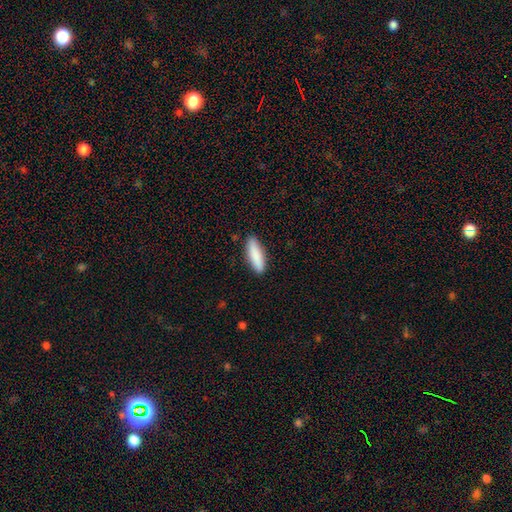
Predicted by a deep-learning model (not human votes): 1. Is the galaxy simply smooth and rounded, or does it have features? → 87% smooth, 7% featured or disk, 6% star or artifact.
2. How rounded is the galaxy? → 58% cigar-shaped, 40% in between, 2% round.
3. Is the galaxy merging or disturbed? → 88% none, 9% minor disturbance, 2% major disturbance, 1% merger.